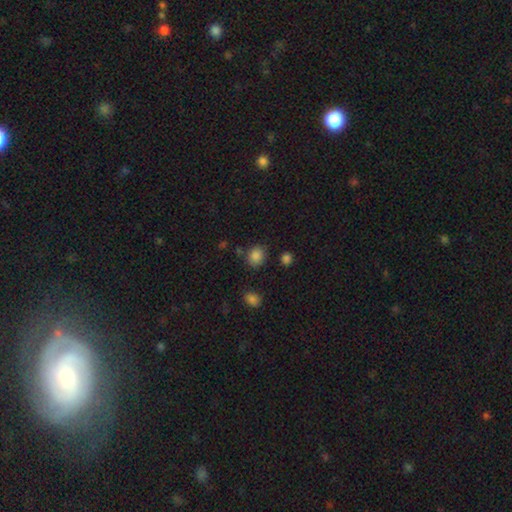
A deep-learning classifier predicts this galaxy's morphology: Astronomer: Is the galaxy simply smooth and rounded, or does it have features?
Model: smooth — 85%.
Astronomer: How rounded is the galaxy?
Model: round — 70%.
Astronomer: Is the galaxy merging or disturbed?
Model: none — 78%.